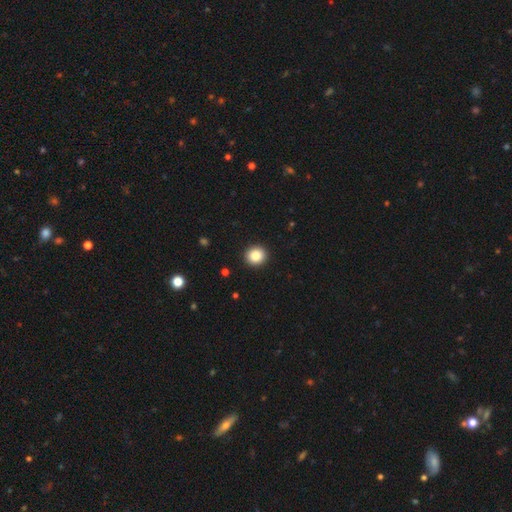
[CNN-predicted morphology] Smooth or featured?
  - smooth: 86% *
  - star or artifact: 10%
  - featured or disk: 5%
How rounded?
  - round: 90% *
  - in between: 9%
  - cigar-shaped: 1%
Merging?
  - none: 93% *
  - minor disturbance: 5%
  - major disturbance: 2%
  - merger: 1%